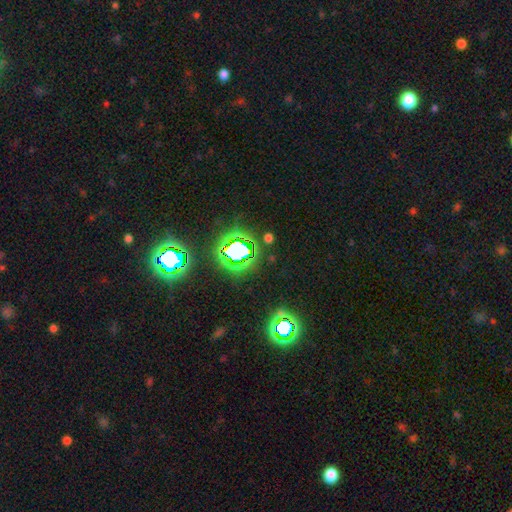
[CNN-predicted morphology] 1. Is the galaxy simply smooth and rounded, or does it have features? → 79% star or artifact, 13% smooth, 8% featured or disk.